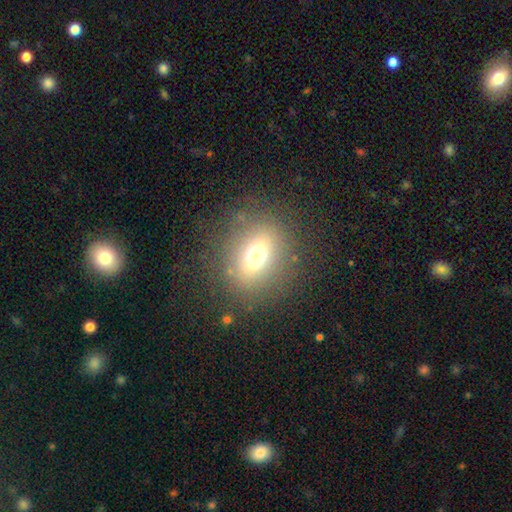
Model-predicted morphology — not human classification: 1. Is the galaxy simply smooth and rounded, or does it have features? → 64% smooth, 20% featured or disk, 16% star or artifact.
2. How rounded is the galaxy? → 50% round, 47% in between, 3% cigar-shaped.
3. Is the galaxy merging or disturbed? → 80% none, 11% minor disturbance, 7% major disturbance, 2% merger.